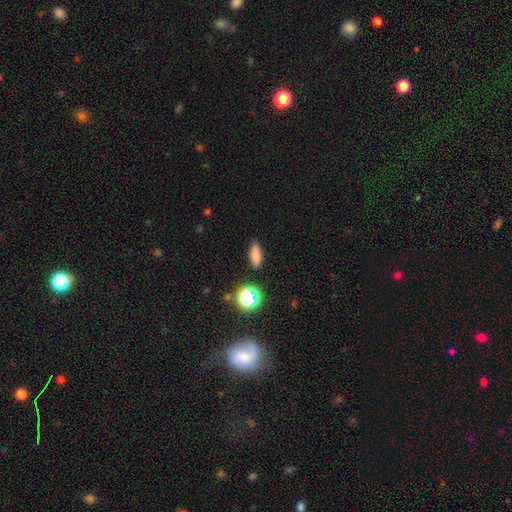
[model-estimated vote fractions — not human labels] This is likely a smooth galaxy (79%). How rounded: likely in between (72%). Merging: clearly none (85%).